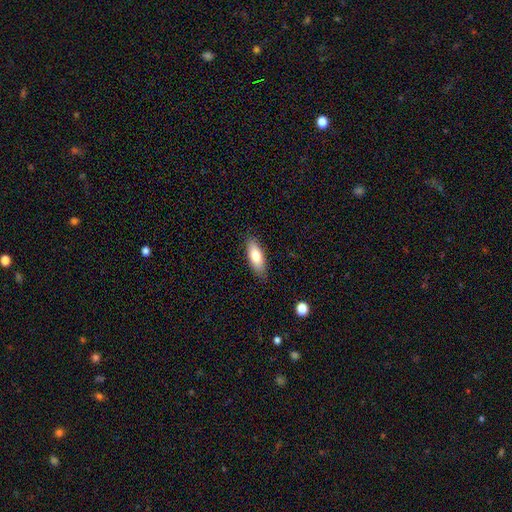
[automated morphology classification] This appears to be a smooth galaxy with no disk features (79%) that is in between round and cigar-shaped (70%). Merging: none (85%).